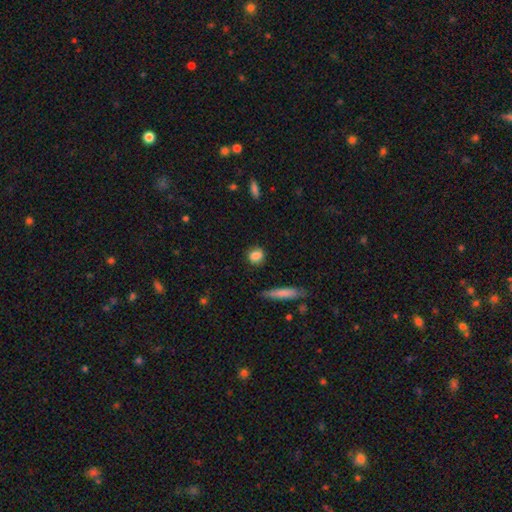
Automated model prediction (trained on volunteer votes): Smooth or featured: smooth — 83% (star or artifact — 8%)
How rounded: round — 66% (in between — 28%)
Merging: none — 81% (minor disturbance — 13%)